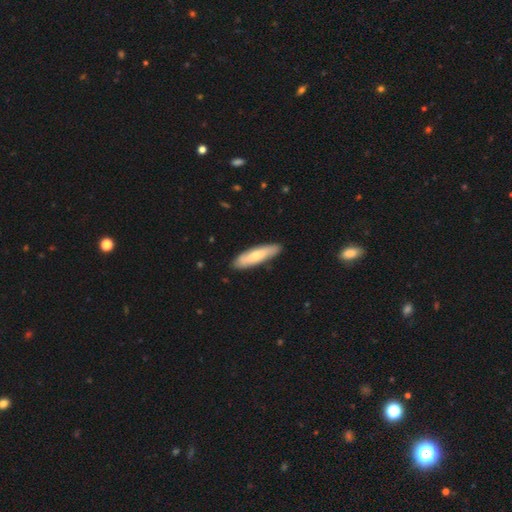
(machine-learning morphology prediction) This is likely a smooth galaxy (64%). How rounded: likely cigar-shaped (73%). Merging: clearly none (86%).